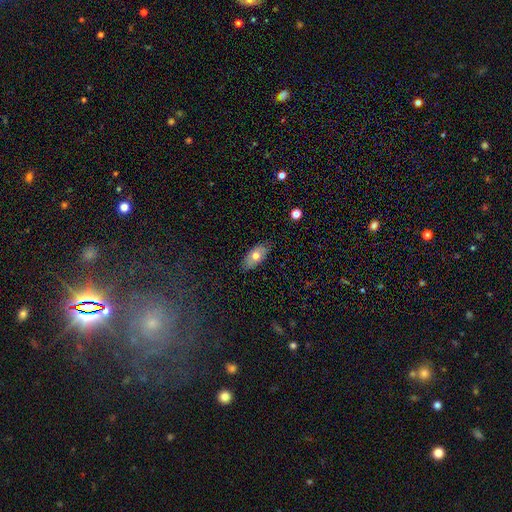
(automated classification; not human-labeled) smooth-or-featured: smooth: 67% | featured or disk: 26% | star or artifact: 7%
  how-rounded: in between: 91% | cigar-shaped: 5% | round: 4%
  merging: none: 83% | minor disturbance: 13% | major disturbance: 2% | merger: 1%